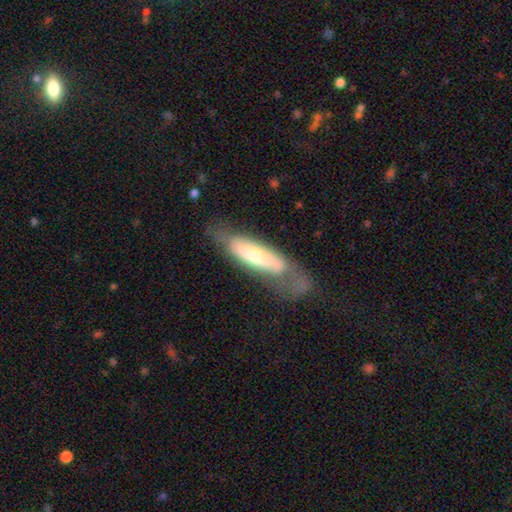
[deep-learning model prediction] Morphology: type=smooth (47%, tied with featured or disk); merging=none (40%).